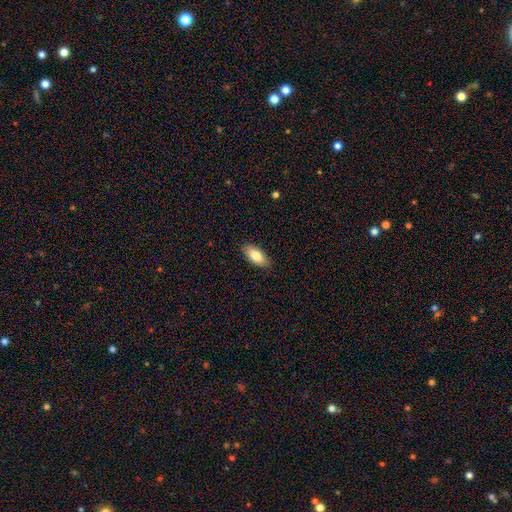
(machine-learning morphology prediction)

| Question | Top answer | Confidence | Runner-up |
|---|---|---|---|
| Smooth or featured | smooth | 83% | featured or disk (10%) |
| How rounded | in between | 90% | cigar-shaped (8%) |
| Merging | none | 86% | minor disturbance (11%) |